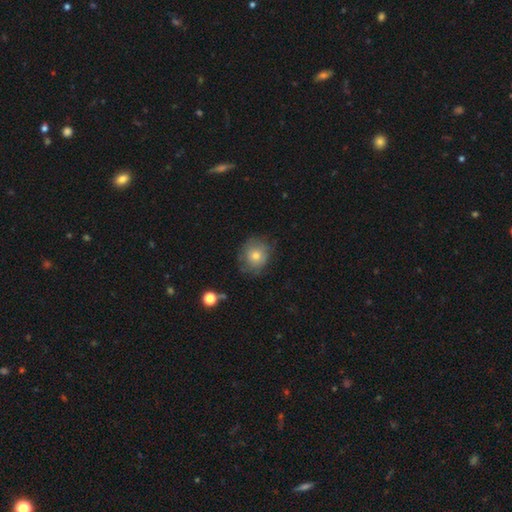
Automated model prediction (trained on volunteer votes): Overall: smooth (66%). How rounded: round (83%). Merging: none (72%).